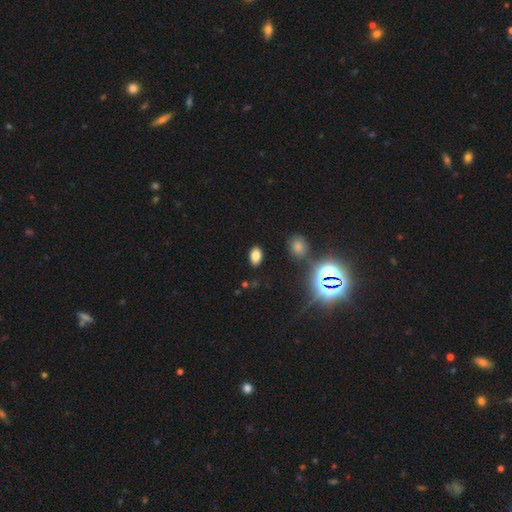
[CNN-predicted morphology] smooth_or_featured: smooth (p=0.78) [alt: star or artifact p=0.15]
how_rounded: in between (p=0.89) [alt: round p=0.10]
merging: none (p=0.86) [alt: minor disturbance p=0.09]